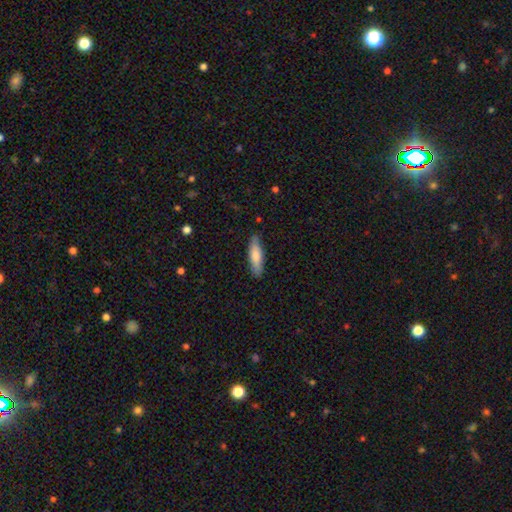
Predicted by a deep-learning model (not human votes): This is likely a smooth galaxy (76%). How rounded: likely cigar-shaped (61%). Merging: clearly none (84%).